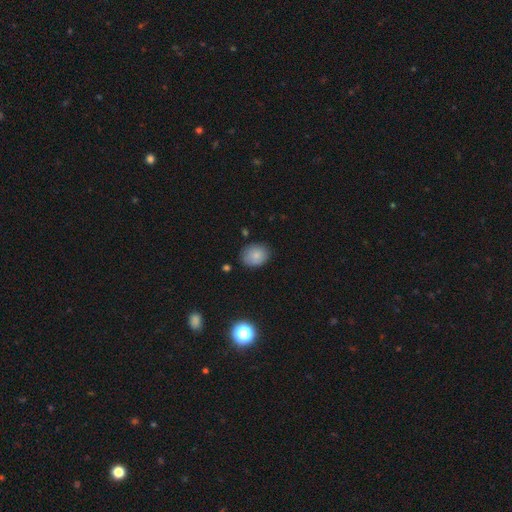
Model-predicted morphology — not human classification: This is clearly a smooth galaxy (82%). How rounded: possibly in between (50%). Merging: likely none (79%).